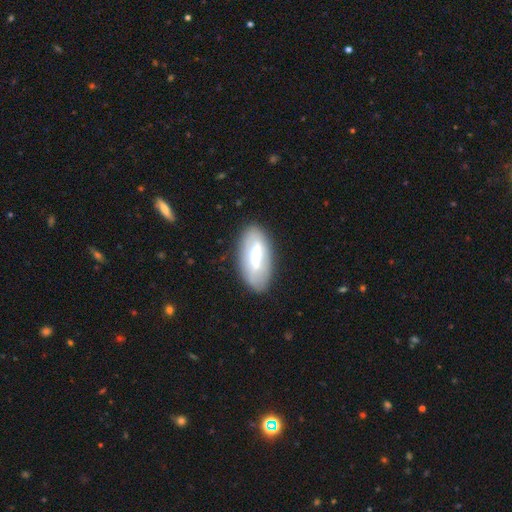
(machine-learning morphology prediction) This is possibly a featured or disk galaxy (49%). Merging: clearly none (82%).